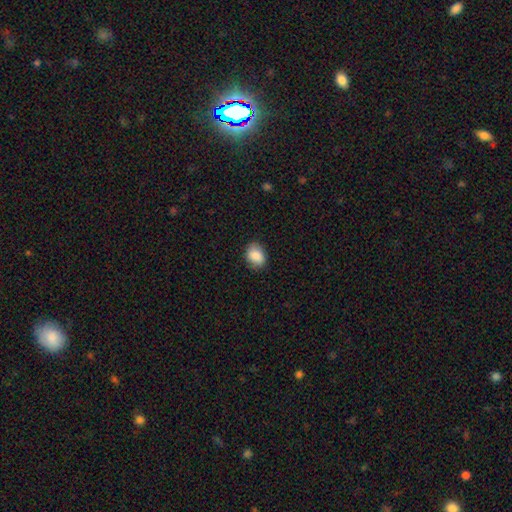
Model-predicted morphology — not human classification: Q: Smooth or featured?
A: smooth (85%); runner-up: star or artifact (8%)
Q: How rounded?
A: in between (62%); runner-up: round (37%)
Q: Merging?
A: none (81%); runner-up: minor disturbance (15%)